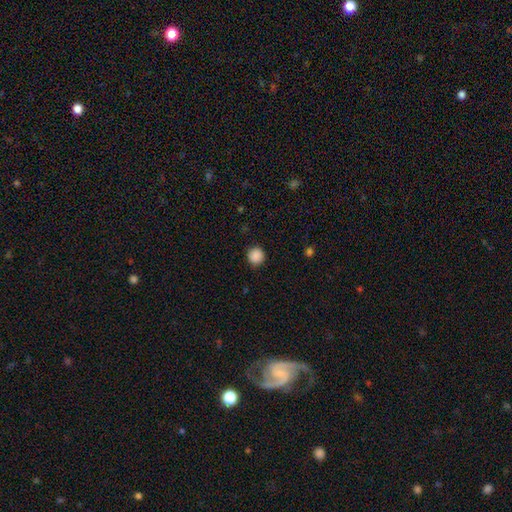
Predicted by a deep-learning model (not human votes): Q: Smooth or featured?
A: smooth (89%); runner-up: star or artifact (9%)
Q: How rounded?
A: round (93%); runner-up: in between (6%)
Q: Merging?
A: none (89%); runner-up: minor disturbance (8%)